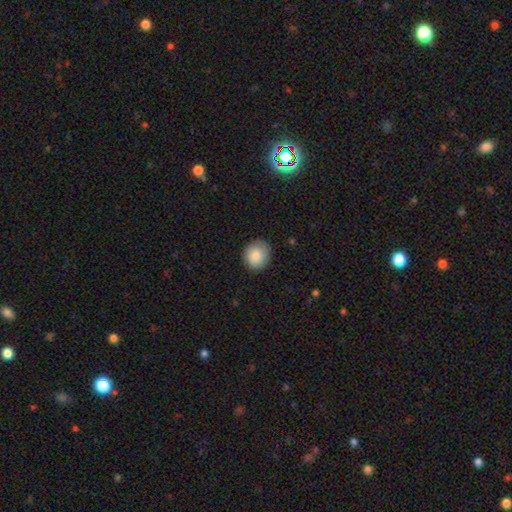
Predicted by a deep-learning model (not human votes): smooth-or-featured: smooth: 86% | star or artifact: 7% | featured or disk: 7%
  how-rounded: round: 73% | in between: 26% | cigar-shaped: 1%
  merging: none: 84% | minor disturbance: 12% | major disturbance: 3% | merger: 1%